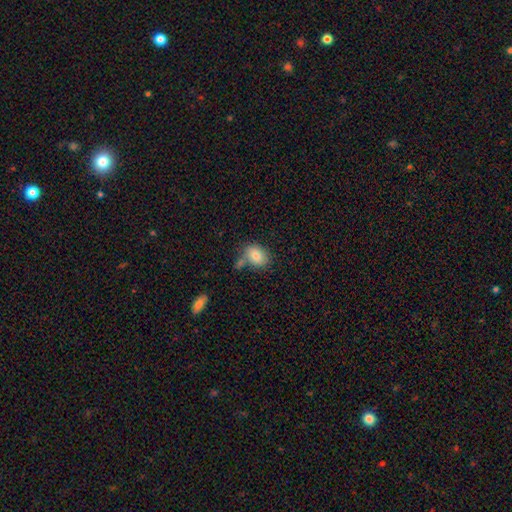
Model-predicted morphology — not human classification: A smooth galaxy with no disk features (82%) that is in between round and cigar-shaped (72%).

Vote fractions:
- Smooth or featured? smooth: 82% / featured or disk: 10% / star or artifact: 8%
- How rounded? in between: 72% / round: 27% / cigar-shaped: 1%
- Merging? none: 58% / merger: 18% / minor disturbance: 18% / major disturbance: 6%